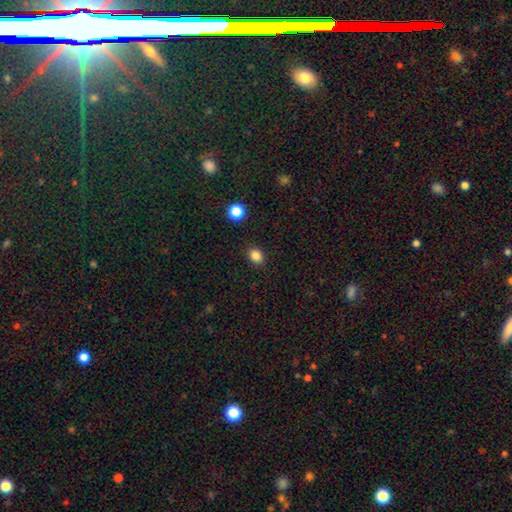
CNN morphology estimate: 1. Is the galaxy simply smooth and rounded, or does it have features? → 85% smooth, 12% star or artifact, 4% featured or disk.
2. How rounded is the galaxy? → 51% in between, 48% round, 1% cigar-shaped.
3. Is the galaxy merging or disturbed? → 88% none, 8% minor disturbance, 2% major disturbance, 1% merger.